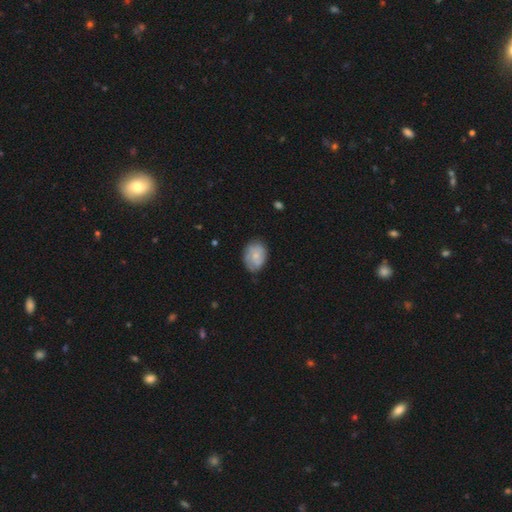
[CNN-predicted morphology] Smooth or featured?
  - smooth: 55% *
  - featured or disk: 38%
  - star or artifact: 7%
How rounded?
  - in between: 71% *
  - round: 28%
  - cigar-shaped: 1%
Merging?
  - none: 70% *
  - minor disturbance: 23%
  - major disturbance: 6%
  - merger: 1%